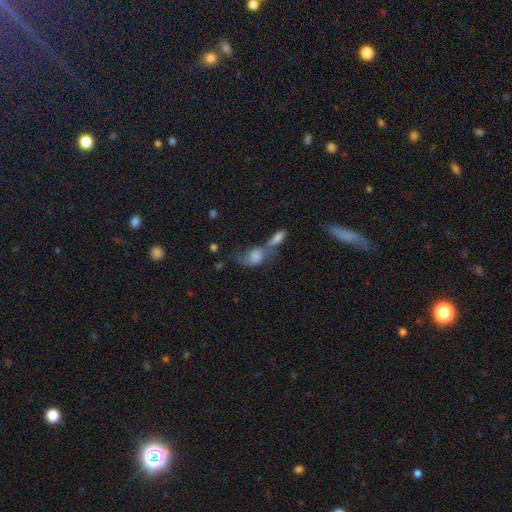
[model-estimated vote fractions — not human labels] Q: Smooth or featured?
A: smooth (53%); runner-up: featured or disk (32%)
Q: How rounded?
A: in between (67%); runner-up: round (25%)
Q: Merging?
A: merger (55%); runner-up: none (21%)